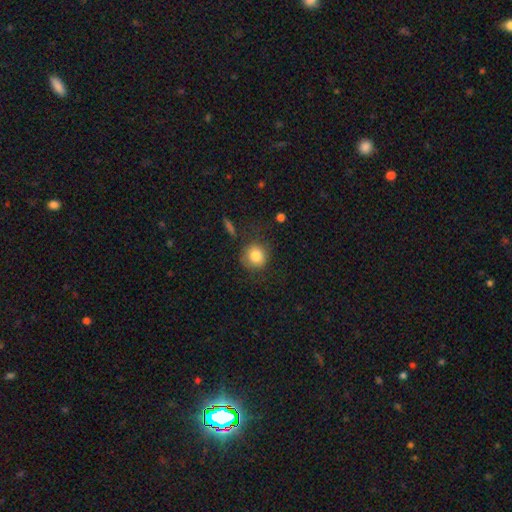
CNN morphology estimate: Smooth or featured? smooth (82%)
How rounded? round (87%)
Merging? none (76%)